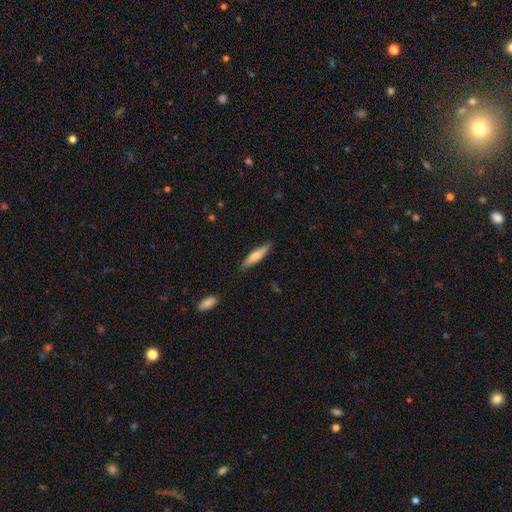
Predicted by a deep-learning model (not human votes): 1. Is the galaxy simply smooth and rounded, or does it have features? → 71% smooth, 23% featured or disk, 6% star or artifact.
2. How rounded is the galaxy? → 79% cigar-shaped, 19% in between, 2% round.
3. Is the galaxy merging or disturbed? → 83% none, 13% minor disturbance, 2% major disturbance, 2% merger.